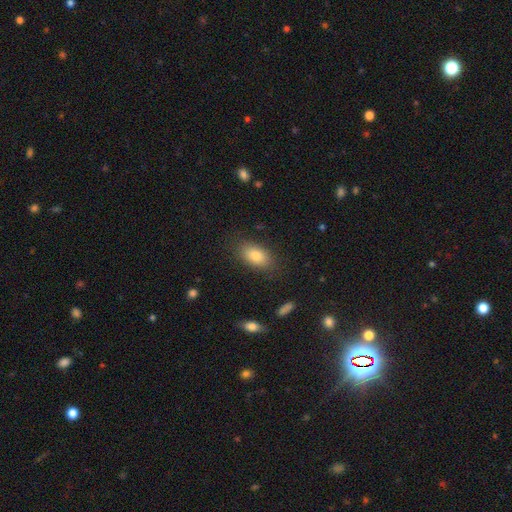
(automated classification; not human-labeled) Q: Smooth or featured?
A: smooth (82%); runner-up: featured or disk (10%)
Q: How rounded?
A: in between (89%); runner-up: round (7%)
Q: Merging?
A: none (83%); runner-up: minor disturbance (12%)